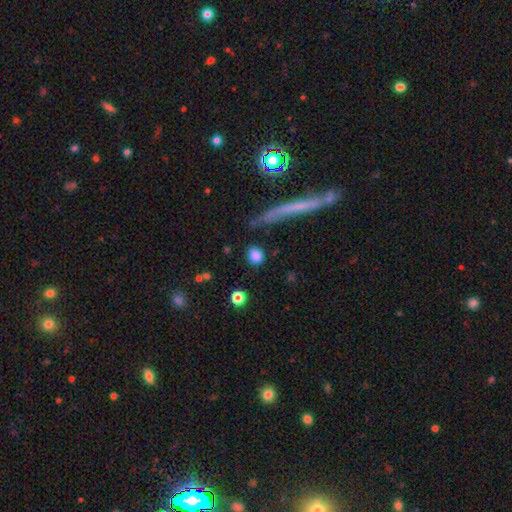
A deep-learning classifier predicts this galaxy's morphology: A smooth galaxy with no disk features (85%) that is round (64%).

Vote fractions:
- Smooth or featured? smooth: 85% / star or artifact: 9% / featured or disk: 6%
- How rounded? round: 64% / in between: 31% / cigar-shaped: 5%
- Merging? none: 81% / minor disturbance: 11% / major disturbance: 4% / merger: 4%